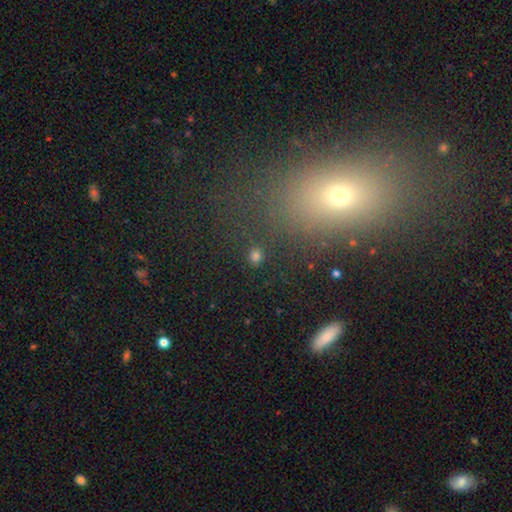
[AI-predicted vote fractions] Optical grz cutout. It shows a smooth galaxy with no disk features (74%) that is round (77%). Merging: none (85%).